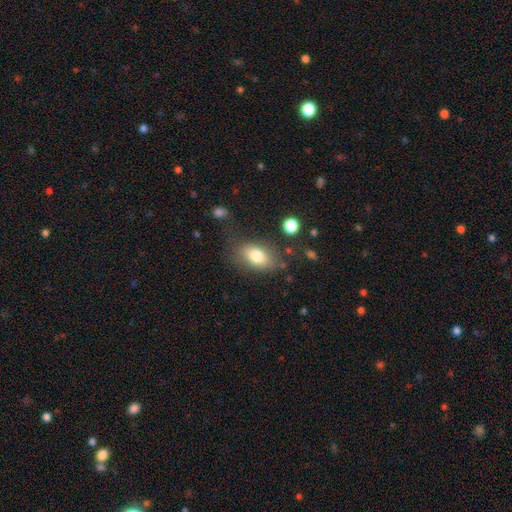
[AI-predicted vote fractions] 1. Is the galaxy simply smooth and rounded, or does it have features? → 78% smooth, 13% featured or disk, 8% star or artifact.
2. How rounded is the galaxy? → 86% in between, 11% round, 3% cigar-shaped.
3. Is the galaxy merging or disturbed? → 67% none, 20% minor disturbance, 9% major disturbance, 4% merger.